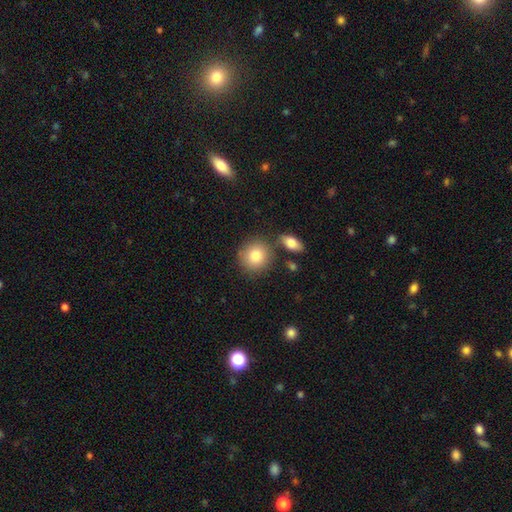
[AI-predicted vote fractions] Smooth or featured? smooth (81%)
How rounded? round (87%)
Merging? none (75%)